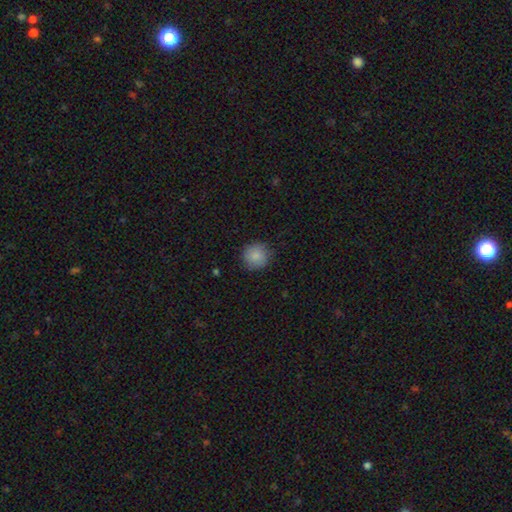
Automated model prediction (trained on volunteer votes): smooth-or-featured: smooth: 86% | star or artifact: 8% | featured or disk: 6%
  how-rounded: round: 92% | in between: 7% | cigar-shaped: 1%
  merging: none: 83% | minor disturbance: 13% | major disturbance: 3% | merger: 1%